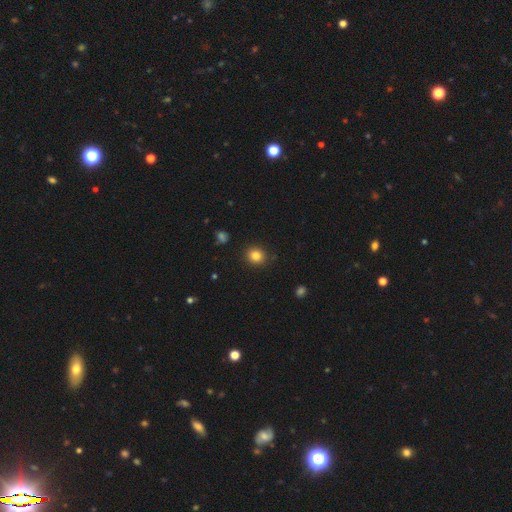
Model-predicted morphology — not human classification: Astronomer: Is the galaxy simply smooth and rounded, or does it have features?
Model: smooth — 83%.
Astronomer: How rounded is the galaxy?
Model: round — 83%.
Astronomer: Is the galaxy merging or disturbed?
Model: none — 89%.